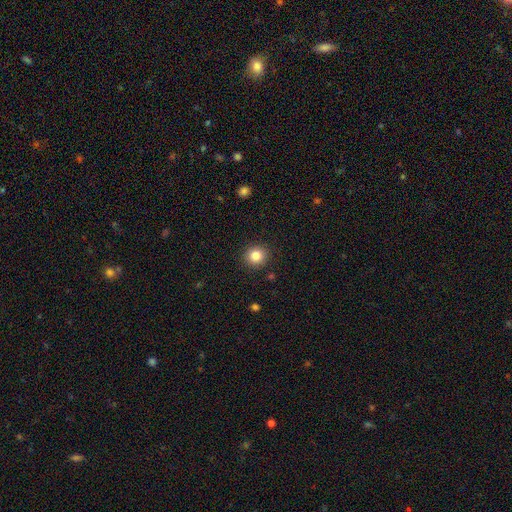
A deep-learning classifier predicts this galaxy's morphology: smooth-or-featured: smooth: 84% | star or artifact: 10% | featured or disk: 5%
  how-rounded: round: 91% | in between: 9% | cigar-shaped: 1%
  merging: none: 91% | minor disturbance: 6% | major disturbance: 2% | merger: 1%